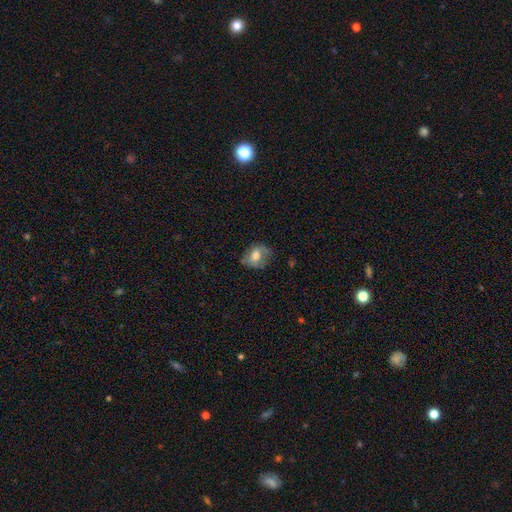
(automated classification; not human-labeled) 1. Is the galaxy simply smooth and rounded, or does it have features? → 64% smooth, 28% featured or disk, 8% star or artifact.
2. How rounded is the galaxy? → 54% in between, 45% round, 1% cigar-shaped.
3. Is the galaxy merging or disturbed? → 63% none, 26% minor disturbance, 9% major disturbance, 2% merger.